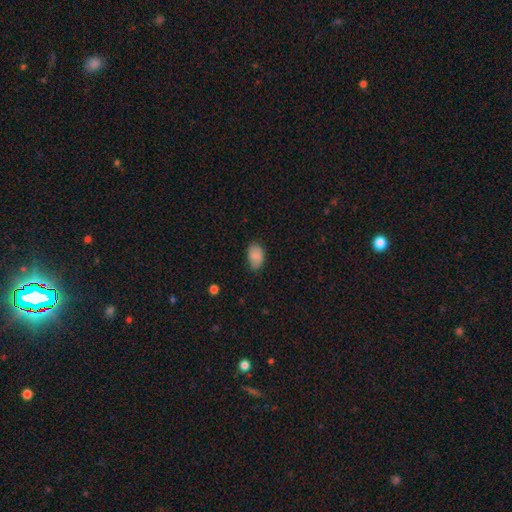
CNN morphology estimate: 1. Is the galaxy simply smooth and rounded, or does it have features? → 86% smooth, 8% star or artifact, 7% featured or disk.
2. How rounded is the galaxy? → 89% in between, 10% round, 1% cigar-shaped.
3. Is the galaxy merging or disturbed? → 75% none, 21% minor disturbance, 4% major disturbance, 1% merger.